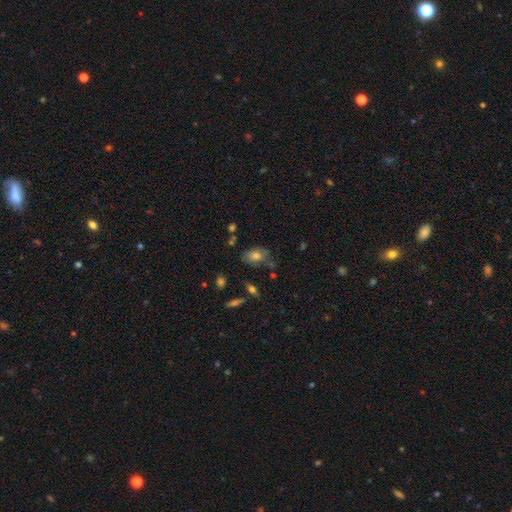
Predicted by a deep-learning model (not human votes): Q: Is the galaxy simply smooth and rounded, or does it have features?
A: smooth — 76%.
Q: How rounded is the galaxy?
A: in between — 87%.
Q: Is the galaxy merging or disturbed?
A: none — 68%.